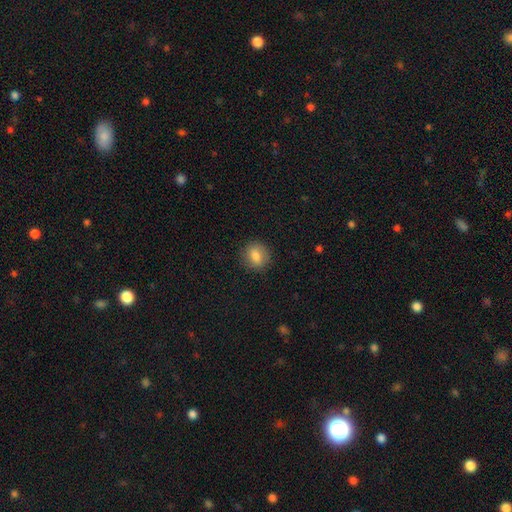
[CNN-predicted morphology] This is likely a smooth galaxy (79%). How rounded: likely round (79%). Merging: clearly none (87%).